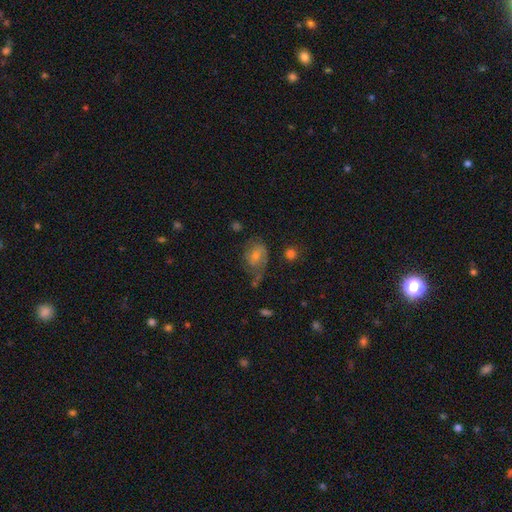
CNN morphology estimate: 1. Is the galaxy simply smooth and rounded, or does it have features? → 55% featured or disk, 32% smooth, 14% star or artifact.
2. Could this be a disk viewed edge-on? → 96% no, 4% yes.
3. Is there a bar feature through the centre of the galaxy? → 64% no, 30% weak, 6% strong.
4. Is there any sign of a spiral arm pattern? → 77% yes, 23% no.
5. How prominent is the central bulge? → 49% small, 44% moderate, 3% none, 3% large, 1% dominant.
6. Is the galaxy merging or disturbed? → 50% none, 25% minor disturbance, 20% major disturbance, 5% merger.